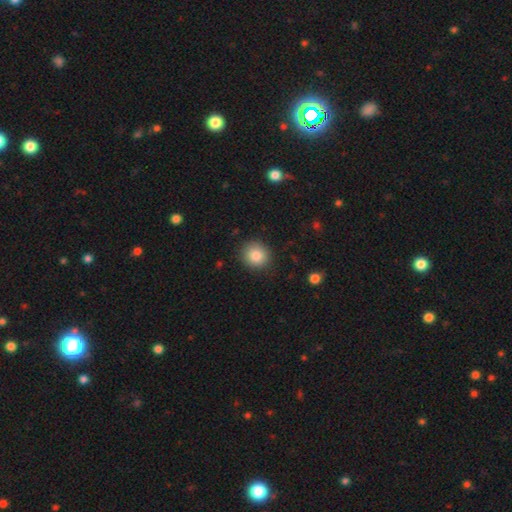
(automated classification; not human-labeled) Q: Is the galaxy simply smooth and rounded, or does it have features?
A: smooth — 84%.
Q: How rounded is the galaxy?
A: round — 85%.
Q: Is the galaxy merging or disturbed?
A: none — 88%.